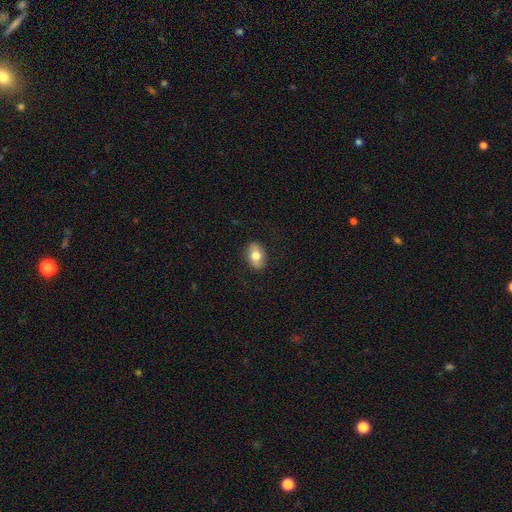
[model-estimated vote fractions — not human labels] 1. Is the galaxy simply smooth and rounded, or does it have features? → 74% smooth, 19% featured or disk, 7% star or artifact.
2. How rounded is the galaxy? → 82% in between, 17% round, 1% cigar-shaped.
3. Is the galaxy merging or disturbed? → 87% none, 10% minor disturbance, 3% major disturbance, 1% merger.